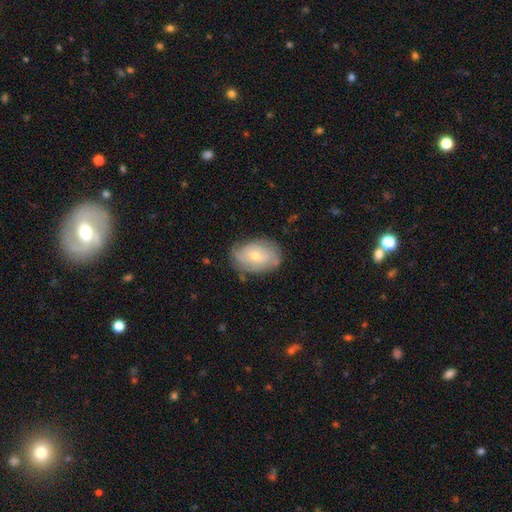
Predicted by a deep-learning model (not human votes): Smooth or featured? Predicted: featured or disk (p=0.62). Edge-on disk? Predicted: no (p=0.95). Bar? Predicted: no (p=0.68). Spiral arms? Predicted: yes (p=0.82). Bulge size? Predicted: small (p=0.49). Merging? Predicted: none (p=0.74).